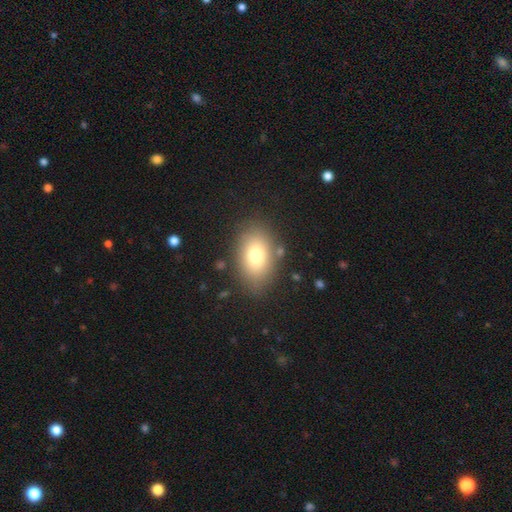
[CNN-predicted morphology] type=smooth (78%); roundness=in between (87%); merging=none (82%).